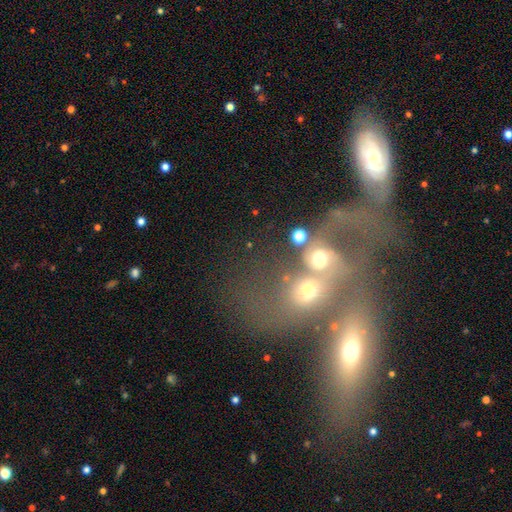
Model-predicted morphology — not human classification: type=featured or disk (47%); merging=merger (68%).